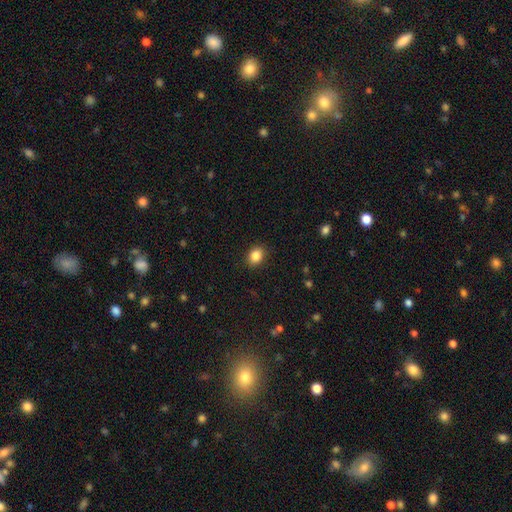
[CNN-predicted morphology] Smooth or featured?
  - smooth: 86% *
  - star or artifact: 9%
  - featured or disk: 5%
How rounded?
  - in between: 63% *
  - round: 36%
  - cigar-shaped: 1%
Merging?
  - none: 88% *
  - minor disturbance: 9%
  - major disturbance: 2%
  - merger: 1%